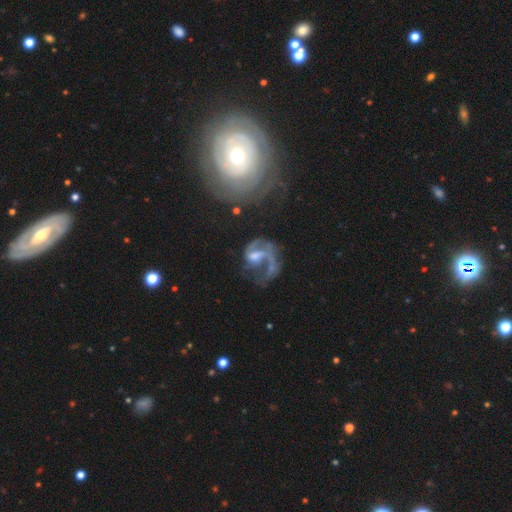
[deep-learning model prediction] Q: Smooth or featured?
A: featured or disk (79%); runner-up: smooth (12%)
Q: Edge-on disk?
A: no (98%); runner-up: yes (2%)
Q: Bar?
A: weak (43%); runner-up: no (42%)
Q: Spiral arms?
A: yes (85%); runner-up: no (15%)
Q: Spiral winding?
A: loose (48%); runner-up: medium (38%)
Q: Spiral arm count?
A: 1 (49%); runner-up: 2 (37%)
Q: Bulge size?
A: moderate (38%); runner-up: small (34%)
Q: Merging?
A: major disturbance (41%); runner-up: none (32%)